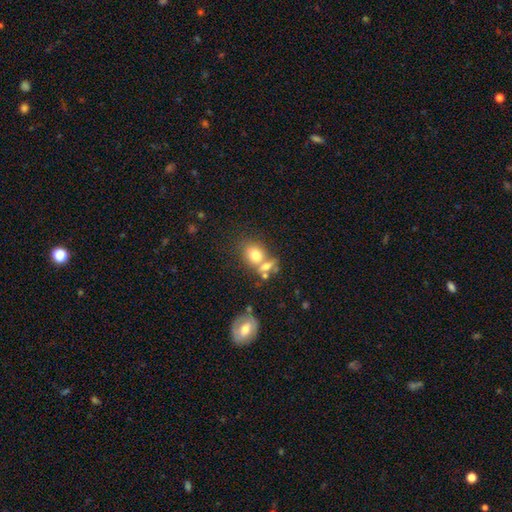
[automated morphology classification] A smooth galaxy with no disk features (73%) that is in between round and cigar-shaped (50%).

Vote fractions:
- Smooth or featured? smooth: 73% / featured or disk: 16% / star or artifact: 11%
- How rounded? in between: 50% / round: 49% / cigar-shaped: 2%
- Merging? merger: 43% / none: 38% / minor disturbance: 12% / major disturbance: 7%